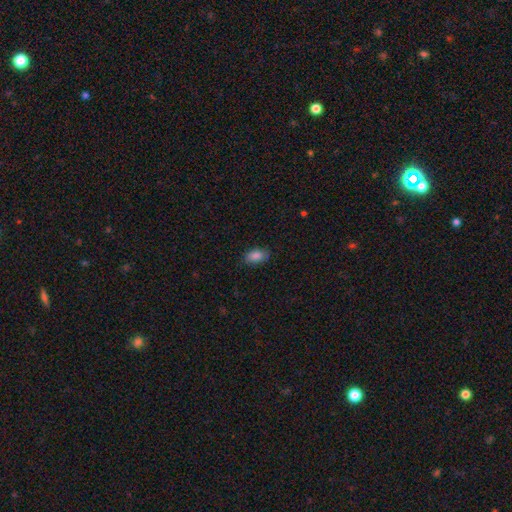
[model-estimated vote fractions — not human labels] This is clearly a smooth galaxy (86%). How rounded: clearly in between (90%). Merging: clearly none (82%).